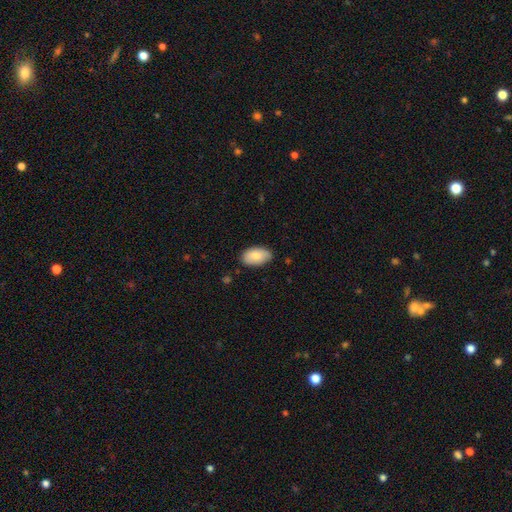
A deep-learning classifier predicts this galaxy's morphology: Smooth or featured? smooth (80%)
How rounded? in between (94%)
Merging? none (77%)